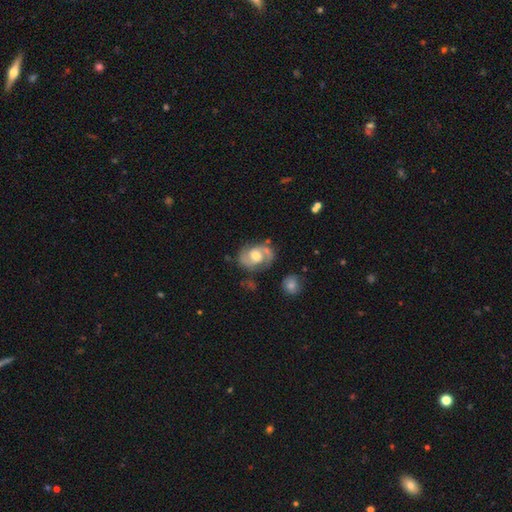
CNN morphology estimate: type=featured or disk (78%); edge-on=no (97%); bar=no (48%); spiral arms=yes (92%); winding=medium (54%); arm count=2 (87%); bulge=moderate (70%); merging=none (70%).